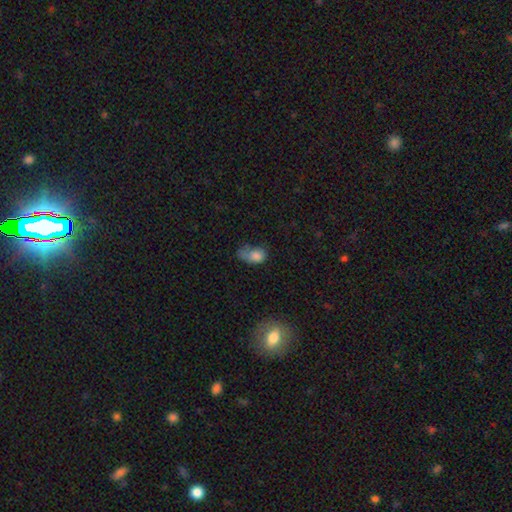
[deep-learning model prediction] A smooth galaxy with no disk features (75%) that is in between round and cigar-shaped (78%).

Vote fractions:
- Smooth or featured? smooth: 75% / featured or disk: 14% / star or artifact: 11%
- How rounded? in between: 78% / round: 19% / cigar-shaped: 2%
- Merging? major disturbance: 37% / minor disturbance: 28% / none: 23% / merger: 13%